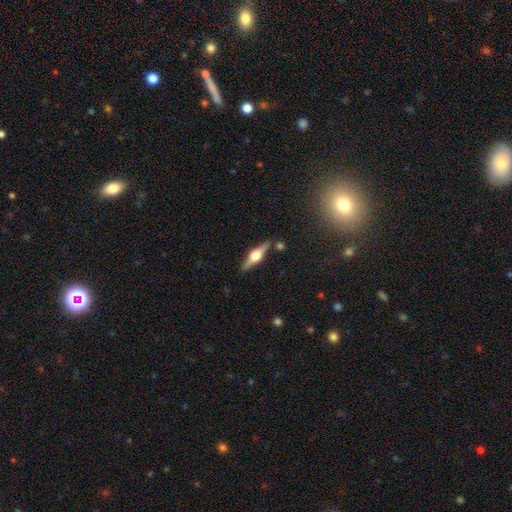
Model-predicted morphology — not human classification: smooth_or_featured: featured or disk (p=0.75) [alt: smooth p=0.19]
disk_edge_on: yes (p=0.97) [alt: no p=0.03]
edge_on_bulge: rounded (p=0.94) [alt: boxy p=0.04]
merging: none (p=0.85) [alt: minor disturbance p=0.09]